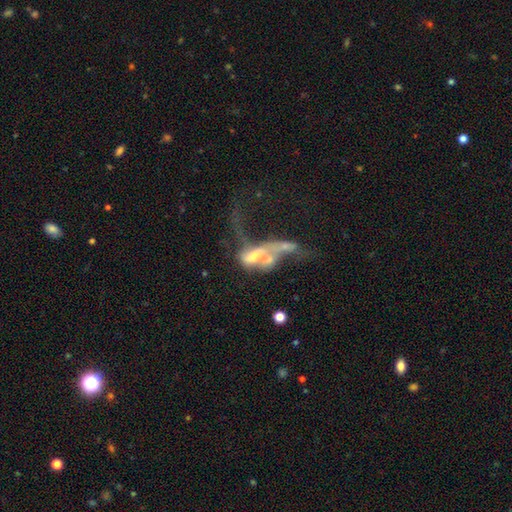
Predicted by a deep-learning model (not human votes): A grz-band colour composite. It shows a featured or disk galaxy (54%) with no bar (79%), no spiral arms (82%) and no central bulge (34%). Merging: merger (57%).